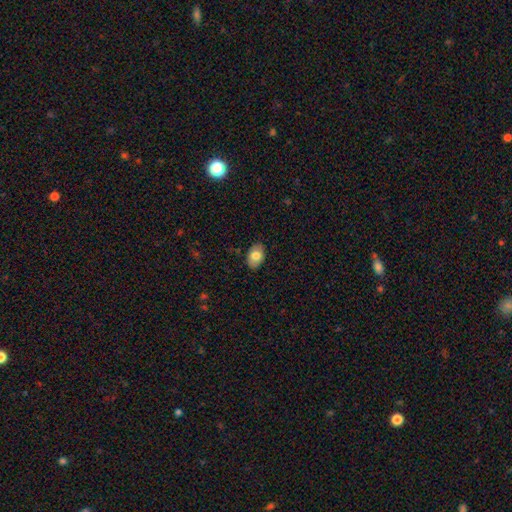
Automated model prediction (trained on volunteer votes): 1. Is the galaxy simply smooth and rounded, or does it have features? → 78% smooth, 15% featured or disk, 7% star or artifact.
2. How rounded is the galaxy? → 88% in between, 11% round, 1% cigar-shaped.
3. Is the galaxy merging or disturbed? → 86% none, 11% minor disturbance, 2% major disturbance, 1% merger.